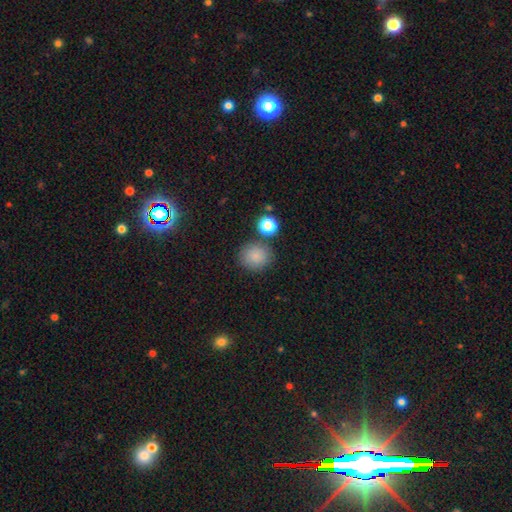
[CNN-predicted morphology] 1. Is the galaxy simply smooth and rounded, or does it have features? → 84% smooth, 10% star or artifact, 5% featured or disk.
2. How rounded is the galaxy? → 86% round, 13% in between, 1% cigar-shaped.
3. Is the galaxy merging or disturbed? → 77% none, 10% minor disturbance, 9% merger, 3% major disturbance.